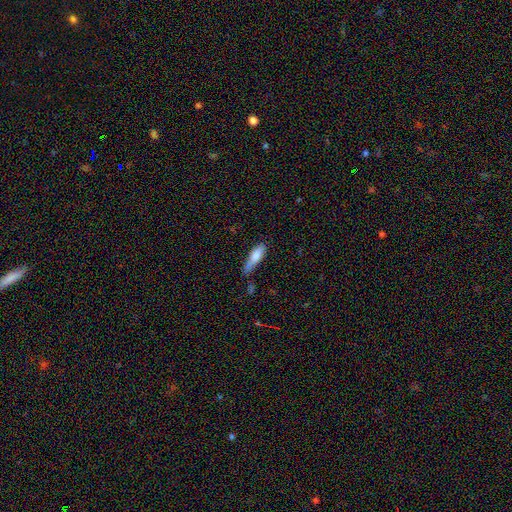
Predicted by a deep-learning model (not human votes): A smooth galaxy with no disk features (74%) that is cigar-shaped (61%). Merging: none (44%).